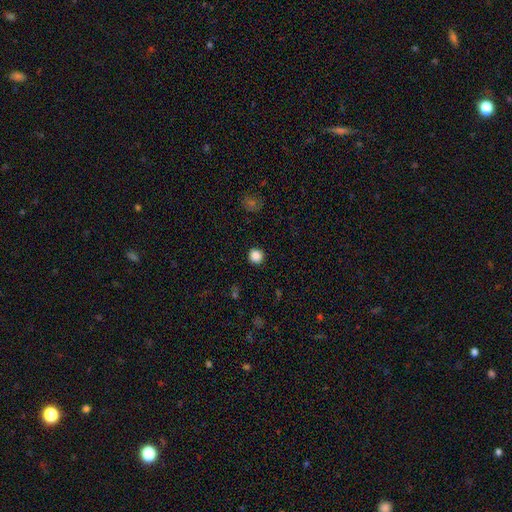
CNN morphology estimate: smooth 86%, star or artifact 11%, featured or disk 3%. Down the decision tree: how rounded — round (94%); merging — none (92%).